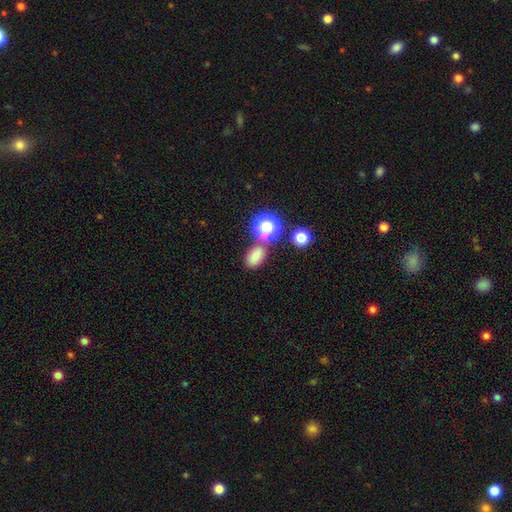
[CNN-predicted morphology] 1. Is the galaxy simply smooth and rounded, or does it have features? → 74% smooth, 19% star or artifact, 7% featured or disk.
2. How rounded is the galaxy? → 74% in between, 24% round, 2% cigar-shaped.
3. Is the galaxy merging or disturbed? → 71% none, 13% merger, 12% minor disturbance, 4% major disturbance.